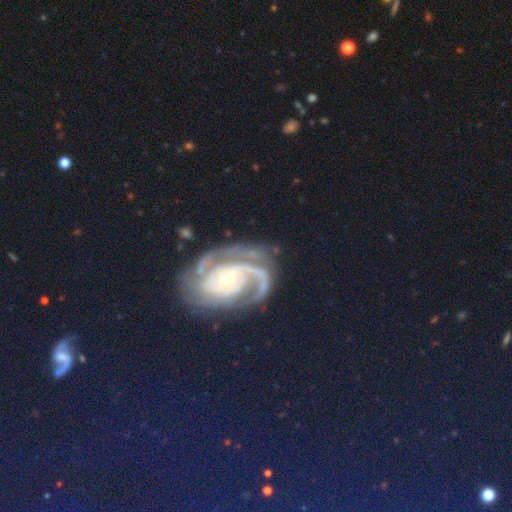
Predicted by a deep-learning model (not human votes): smooth-or-featured: featured or disk: 71% | star or artifact: 19% | smooth: 9%
  disk-edge-on: no: 97% | yes: 3%
    bar: no: 65% | weak: 24% | strong: 11%
    has-spiral-arms: yes: 96% | no: 4%
      spiral-winding: tight: 54% | medium: 35% | loose: 11%
      spiral-arm-count: 2: 55% | can't tell: 12% | 3: 11% | 1: 9% | 4: 7% | more than 4: 7%
    bulge-size: small: 68% | moderate: 26% | large: 3% | none: 2% | dominant: 2%
  merging: none: 68% | minor disturbance: 18% | major disturbance: 11% | merger: 3%